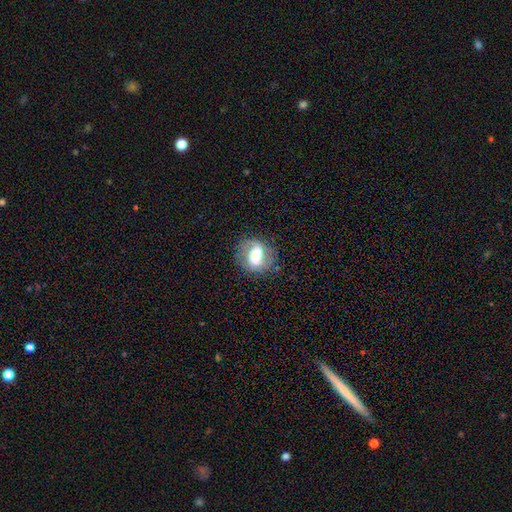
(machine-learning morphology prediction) Smooth or featured?
  - featured or disk: 61% *
  - smooth: 31%
  - star or artifact: 8%
Edge-on disk?
  - no: 95% *
  - yes: 5%
Bar?
  - strong: 39% * (tied)
  - weak: 39% * (tied)
  - no: 22%
Spiral arms?
  - yes: 80% *
  - no: 20%
Bulge size?
  - moderate: 50% *
  - large: 24%
  - small: 19%
  - dominant: 4%
  - none: 2%
Merging?
  - none: 78% *
  - minor disturbance: 14%
  - major disturbance: 7%
  - merger: 1%